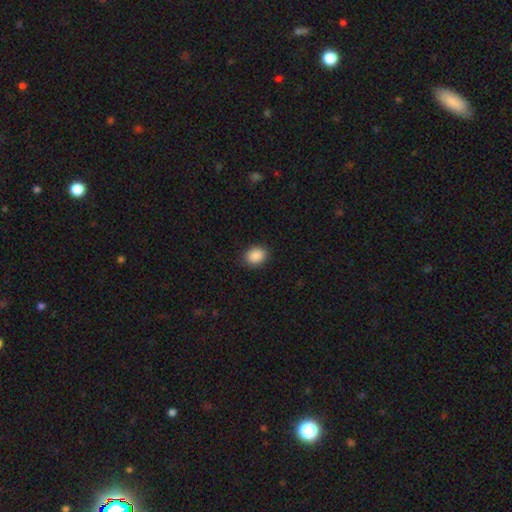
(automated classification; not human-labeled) smooth-or-featured: smooth: 89% | star or artifact: 8% | featured or disk: 3%
  how-rounded: in between: 50% | round: 49% | cigar-shaped: 1%
  merging: none: 87% | minor disturbance: 9% | major disturbance: 2% | merger: 1%